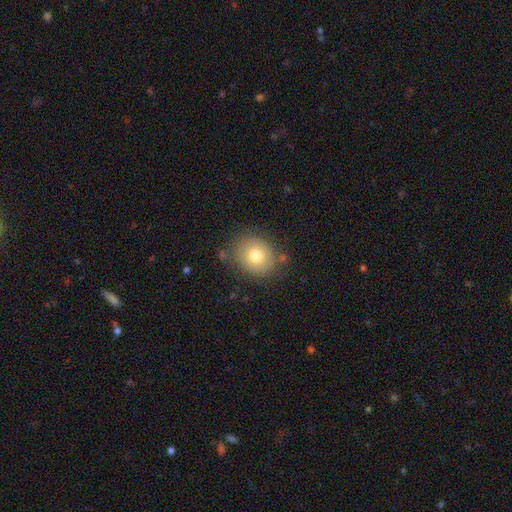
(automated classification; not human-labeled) Smooth or featured?
  - smooth: 75% *
  - featured or disk: 15%
  - star or artifact: 10%
How rounded?
  - round: 65% *
  - in between: 34%
  - cigar-shaped: 1%
Merging?
  - none: 77% *
  - minor disturbance: 15%
  - major disturbance: 4%
  - merger: 3%